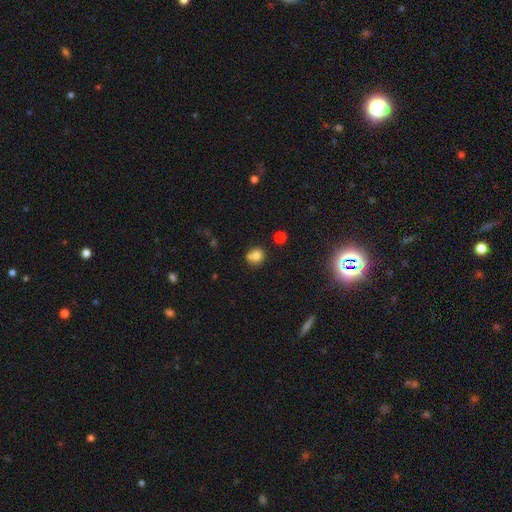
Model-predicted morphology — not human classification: Overall: smooth (78%). How rounded: round (80%). Merging: none (57%; merger 24%).